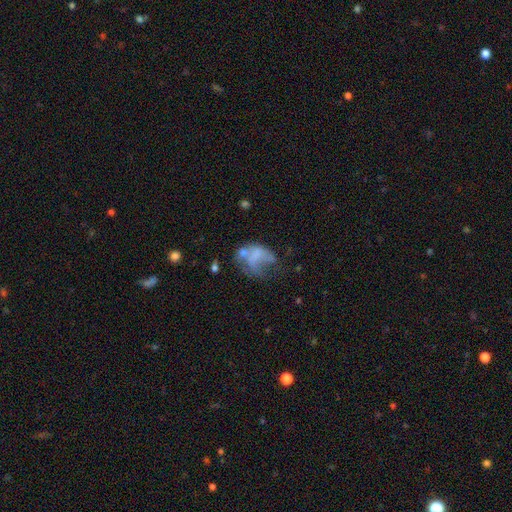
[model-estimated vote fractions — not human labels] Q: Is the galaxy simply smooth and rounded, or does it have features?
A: smooth — 45%.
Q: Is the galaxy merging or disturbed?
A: major disturbance — 45%.